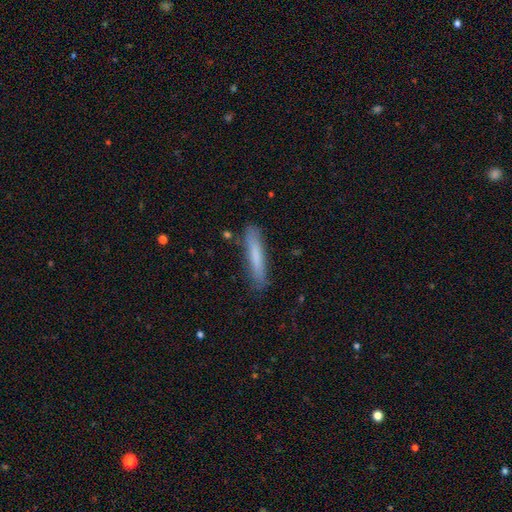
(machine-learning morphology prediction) This appears to be a smooth galaxy with no disk features (72%) that is cigar-shaped (91%). Merging: none (84%).